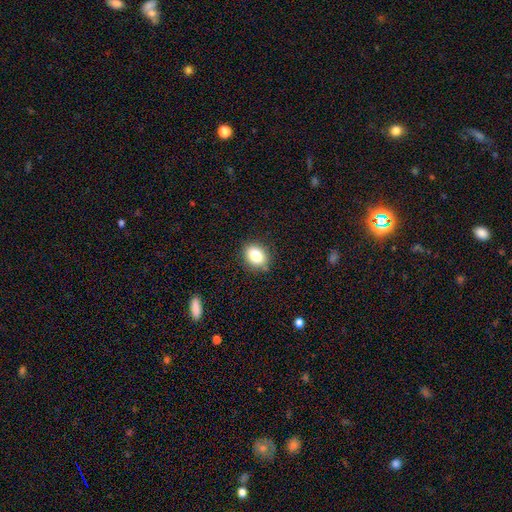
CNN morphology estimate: A smooth galaxy with no disk features (80%) that is in between round and cigar-shaped (53%). Merging: none (86%).